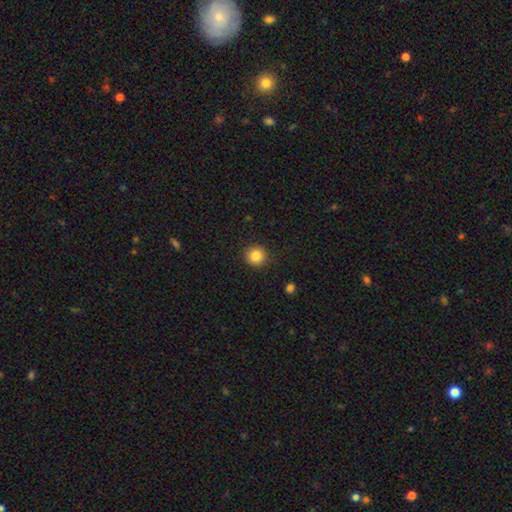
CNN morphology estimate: Smooth or featured: smooth — 84% (star or artifact — 10%)
How rounded: round — 93% (in between — 6%)
Merging: none — 90% (minor disturbance — 7%)